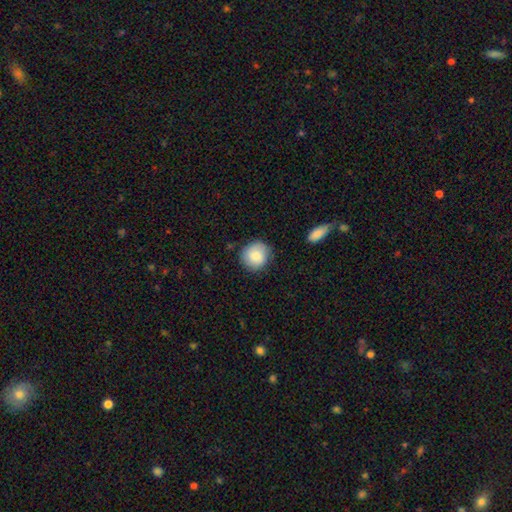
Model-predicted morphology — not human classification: A smooth galaxy with no disk features (80%) that is round (89%). Merging: none (80%).